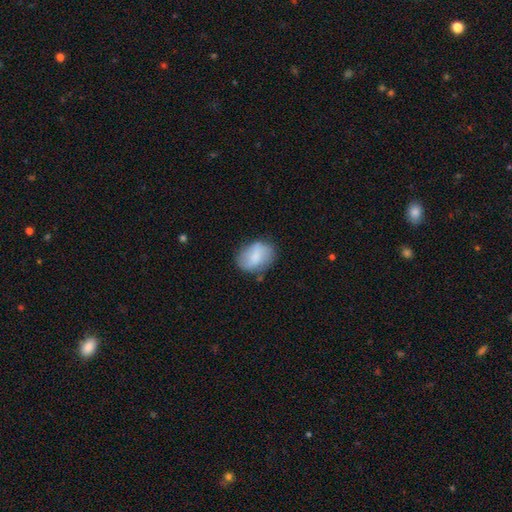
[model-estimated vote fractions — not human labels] Overall: smooth (73%). How rounded: in between (70%). Merging: none (67%).